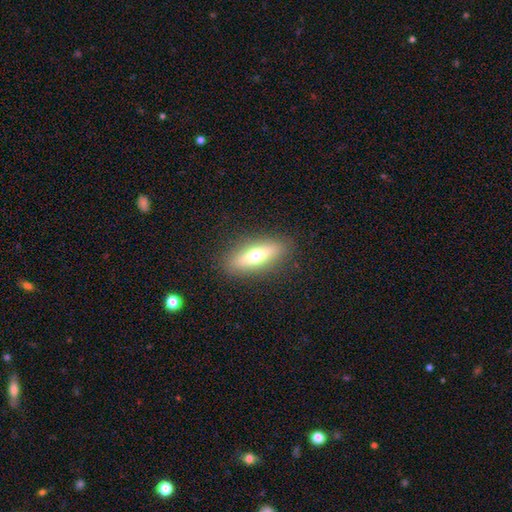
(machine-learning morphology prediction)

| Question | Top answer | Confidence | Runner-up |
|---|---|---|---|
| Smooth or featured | smooth | 55% | featured or disk (37%) |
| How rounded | in between | 54% | cigar-shaped (41%) |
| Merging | none | 88% | minor disturbance (8%) |